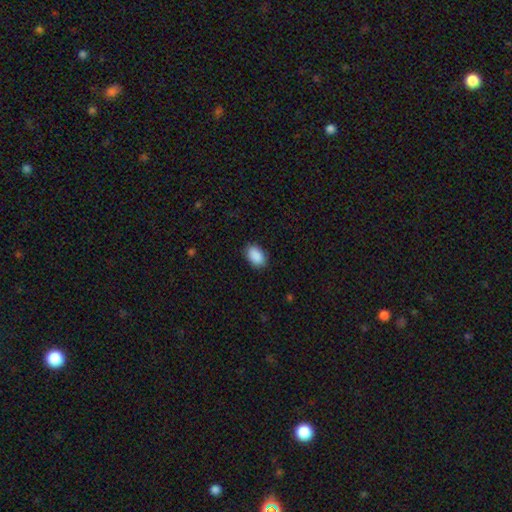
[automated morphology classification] This appears to be a smooth galaxy with no disk features (91%) that is in between round and cigar-shaped (89%). Merging: none (88%).